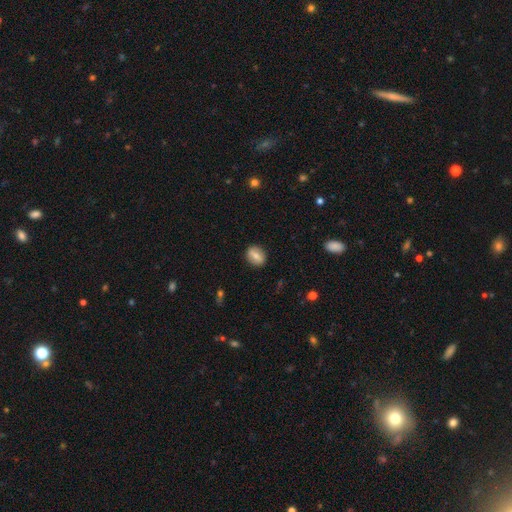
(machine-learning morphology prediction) Overall: smooth (64%; featured or disk 28%). How rounded: in between (53%; round 45%). Merging: none (88%).